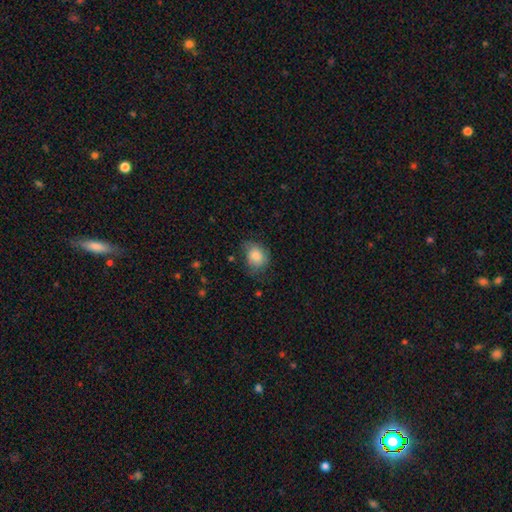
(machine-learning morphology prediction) This appears to be a smooth galaxy with no disk features (82%) that is in between round and cigar-shaped (50%). Merging: none (58%).